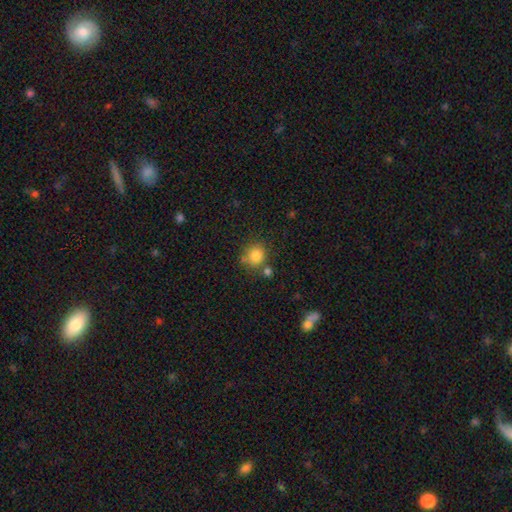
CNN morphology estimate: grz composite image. It shows a smooth galaxy with no disk features (82%) that is round (81%). Merging: none (65%).